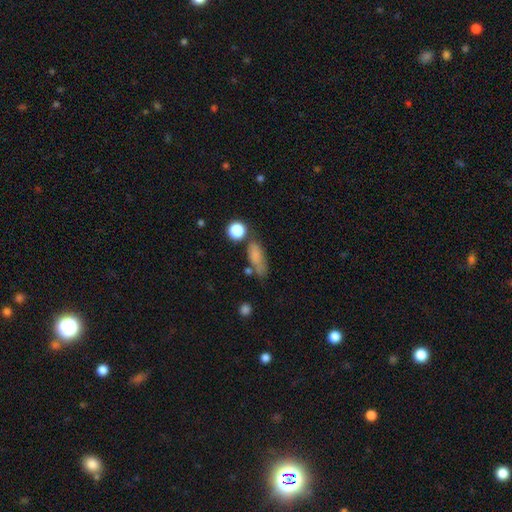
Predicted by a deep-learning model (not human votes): A smooth galaxy with no disk features (77%) that is in between round and cigar-shaped (64%).

Vote fractions:
- Smooth or featured? smooth: 77% / featured or disk: 12% / star or artifact: 11%
- How rounded? in between: 64% / cigar-shaped: 28% / round: 8%
- Merging? none: 54% / minor disturbance: 24% / merger: 12% / major disturbance: 10%